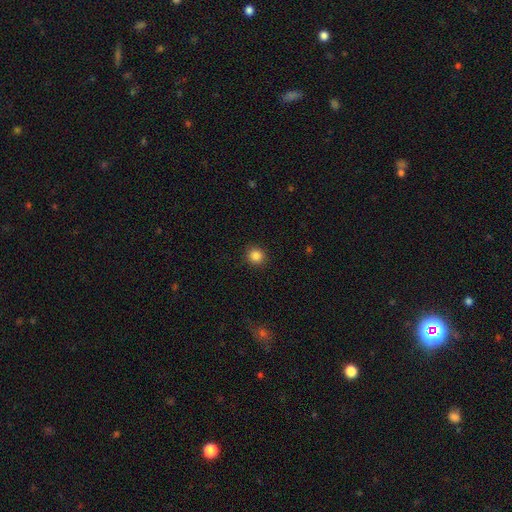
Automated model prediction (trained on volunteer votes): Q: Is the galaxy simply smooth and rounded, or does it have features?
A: smooth — 86%.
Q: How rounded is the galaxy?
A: round — 90%.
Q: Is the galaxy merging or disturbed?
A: none — 90%.